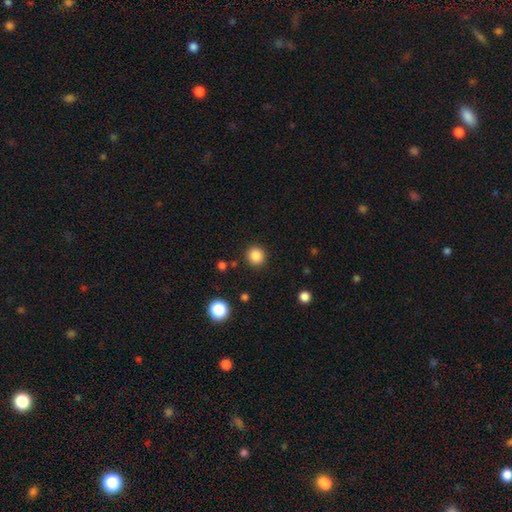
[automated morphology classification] Overall: smooth (86%). How rounded: round (93%). Merging: none (90%).